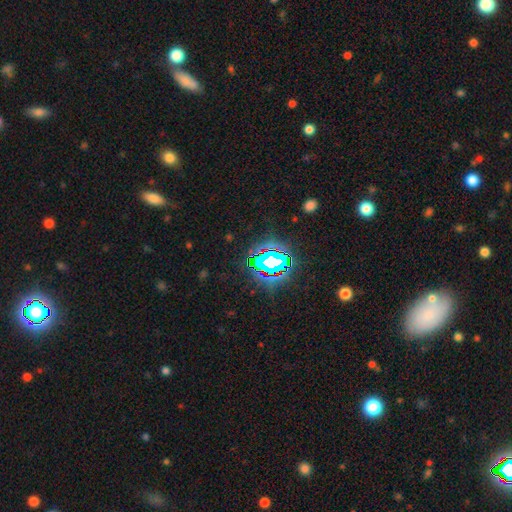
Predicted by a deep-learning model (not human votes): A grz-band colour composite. It shows a star or artifact, not a galaxy (76%).